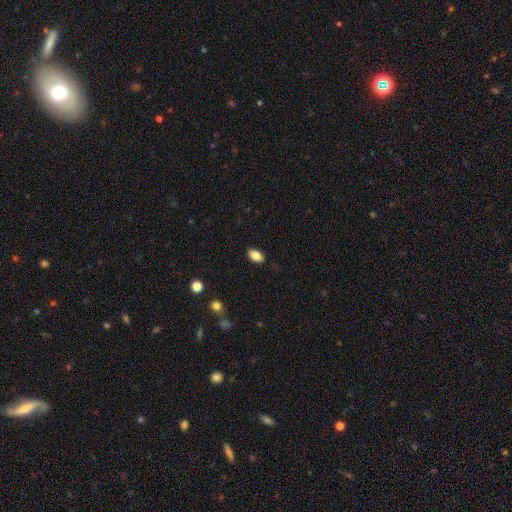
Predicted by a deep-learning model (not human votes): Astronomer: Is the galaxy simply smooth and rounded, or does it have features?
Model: smooth — 85%.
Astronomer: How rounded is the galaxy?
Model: in between — 91%.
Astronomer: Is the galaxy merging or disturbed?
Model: none — 88%.